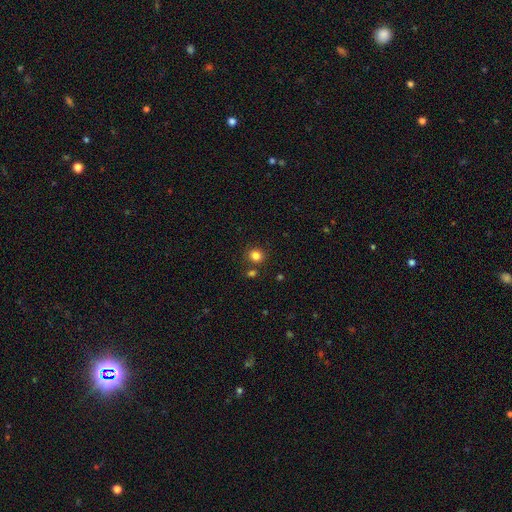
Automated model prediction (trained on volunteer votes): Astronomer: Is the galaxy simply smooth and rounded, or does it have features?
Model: smooth — 83%.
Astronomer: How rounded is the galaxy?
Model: round — 81%.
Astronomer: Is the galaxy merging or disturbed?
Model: none — 82%.